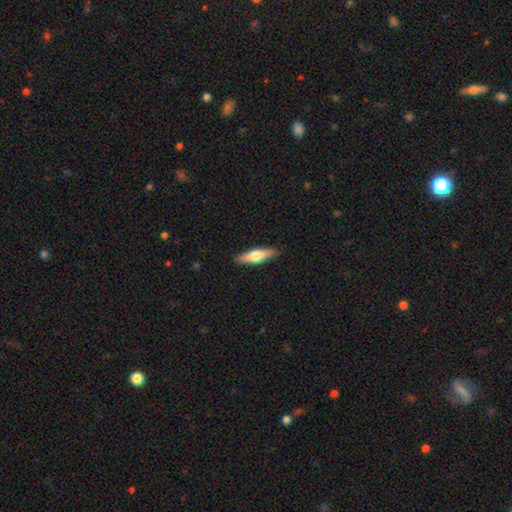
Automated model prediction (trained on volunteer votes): This appears to be a smooth galaxy with no disk features (52%) that is cigar-shaped (65%). Merging: none (89%).